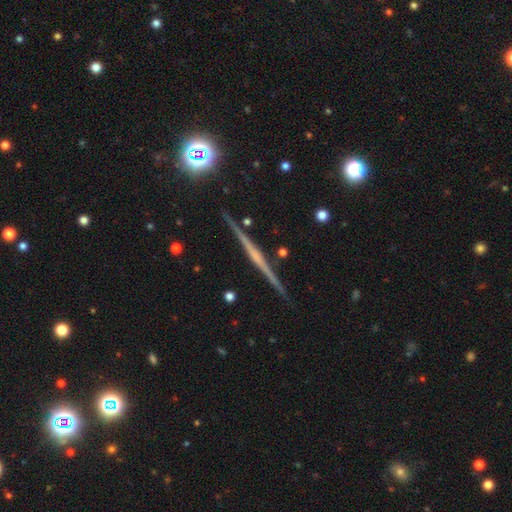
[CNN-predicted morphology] The model was most divided on "edge-on bulge": none: 46%, rounded: 40%, boxy: 14%. More confident: edge-on disk — yes (98%); merging — none (92%); smooth or featured — featured or disk (78%).